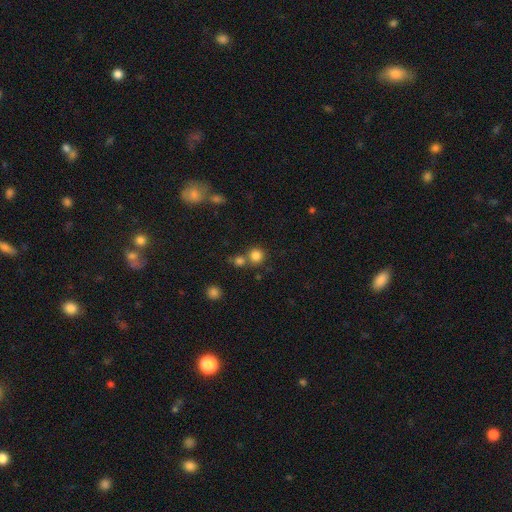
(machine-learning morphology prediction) This is clearly a smooth galaxy (81%). How rounded: clearly round (92%). Merging: likely none (66%).